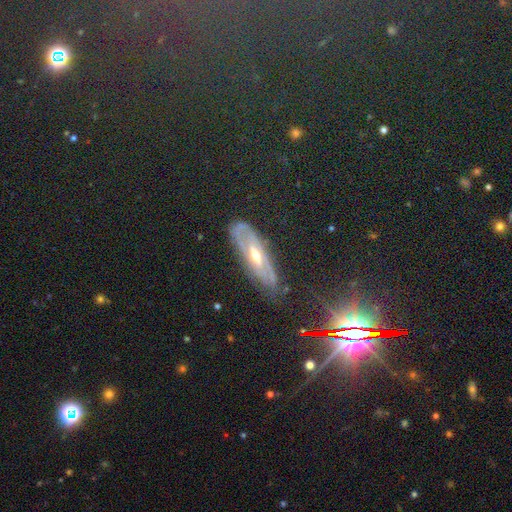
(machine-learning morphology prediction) This is possibly a featured or disk galaxy (47%). Merging: likely none (79%).